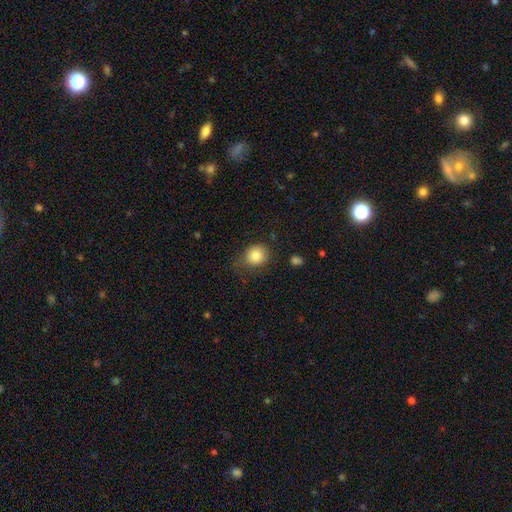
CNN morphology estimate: Smooth or featured: smooth — 82% (star or artifact — 10%)
How rounded: round — 82% (in between — 17%)
Merging: none — 66% (minor disturbance — 24%)